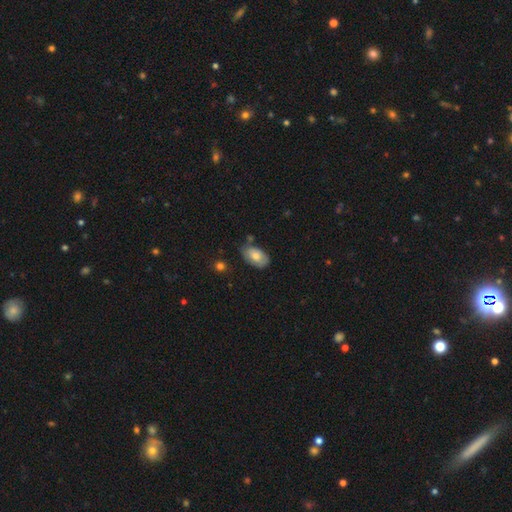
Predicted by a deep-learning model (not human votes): This is likely a smooth galaxy (73%). How rounded: clearly in between (93%). Merging: likely none (67%).